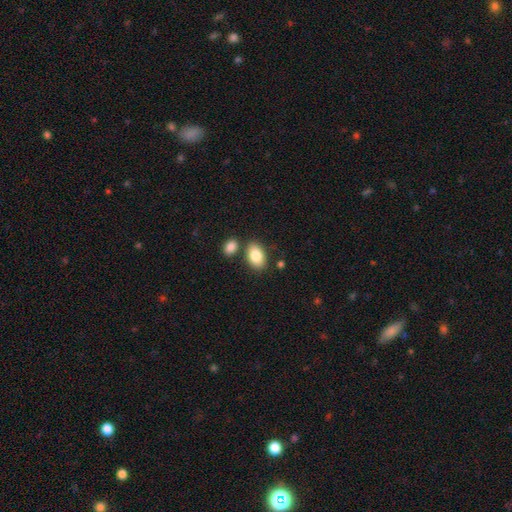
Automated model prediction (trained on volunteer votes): smooth_or_featured: smooth (p=0.84) [alt: featured or disk p=0.09]
how_rounded: in between (p=0.90) [alt: round p=0.09]
merging: none (p=0.74) [alt: merger p=0.13]